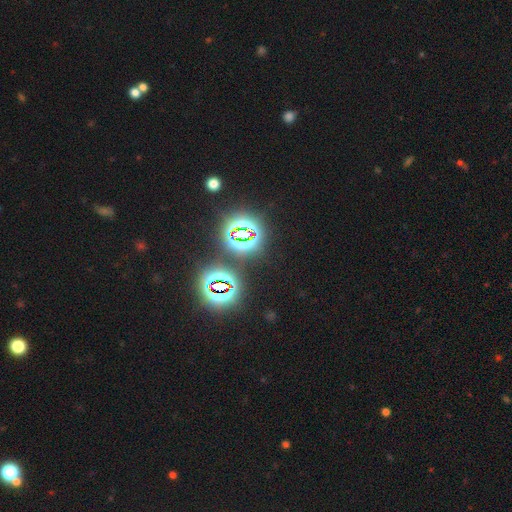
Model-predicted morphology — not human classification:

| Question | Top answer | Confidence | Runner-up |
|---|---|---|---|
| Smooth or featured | star or artifact | 81% | smooth (13%) |